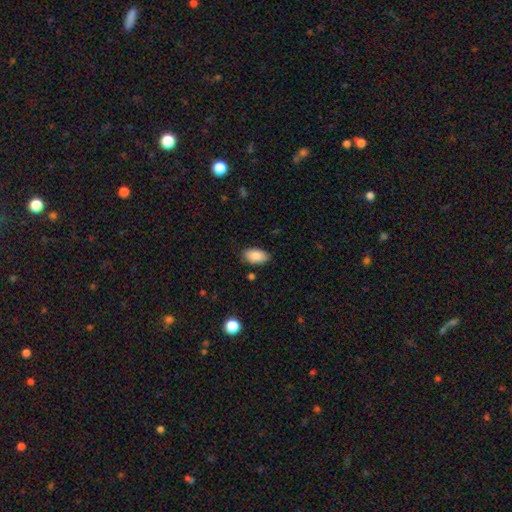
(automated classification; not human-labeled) Smooth or featured? Predicted: smooth (p=0.87). How rounded? Predicted: in between (p=0.94). Merging? Predicted: none (p=0.84).